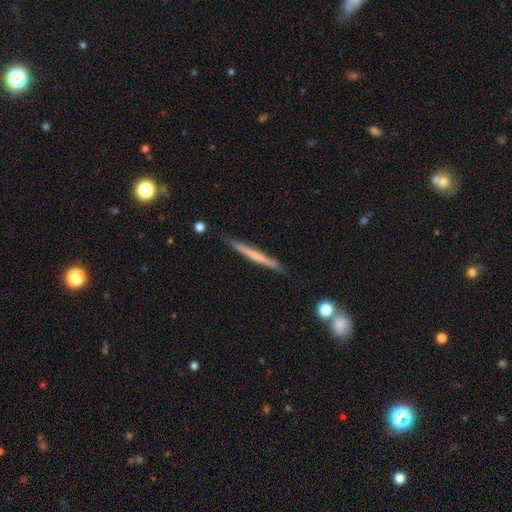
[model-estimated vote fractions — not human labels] Q: Smooth or featured?
A: smooth (49%); runner-up: featured or disk (46%)
Q: Merging?
A: none (87%); runner-up: minor disturbance (10%)